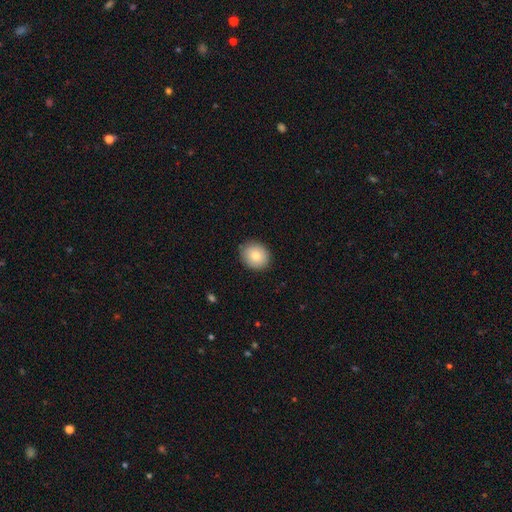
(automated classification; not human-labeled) Smooth or featured?
  - smooth: 82% *
  - featured or disk: 10%
  - star or artifact: 8%
How rounded?
  - round: 72% *
  - in between: 27%
  - cigar-shaped: 1%
Merging?
  - none: 88% *
  - minor disturbance: 9%
  - major disturbance: 2%
  - merger: 1%